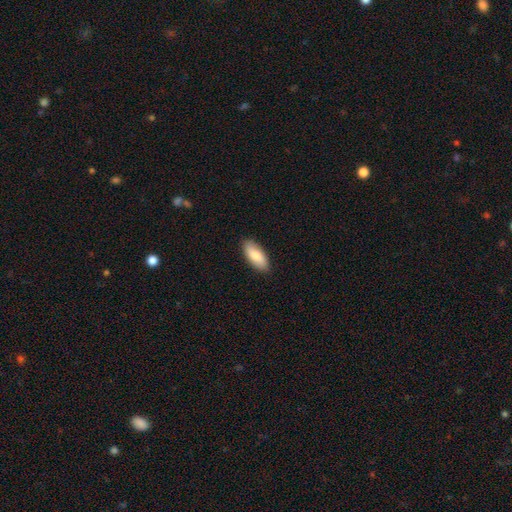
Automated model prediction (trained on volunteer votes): Q: Smooth or featured?
A: smooth (81%); runner-up: featured or disk (14%)
Q: How rounded?
A: in between (85%); runner-up: cigar-shaped (12%)
Q: Merging?
A: none (88%); runner-up: minor disturbance (9%)